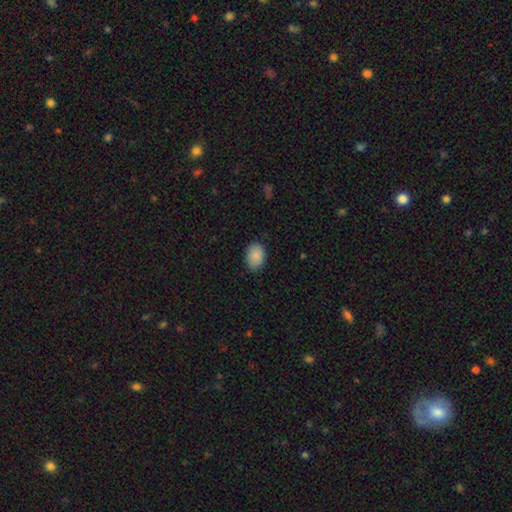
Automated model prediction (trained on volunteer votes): Smooth or featured? Predicted: smooth (p=0.88). How rounded? Predicted: in between (p=0.79). Merging? Predicted: none (p=0.83).